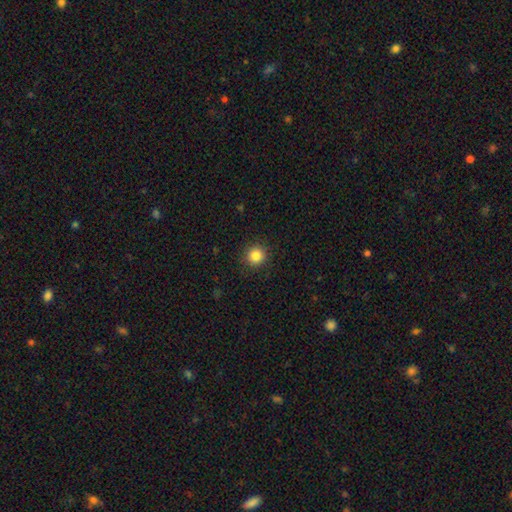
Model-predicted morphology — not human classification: Overall: smooth (85%). How rounded: round (93%). Merging: none (91%).